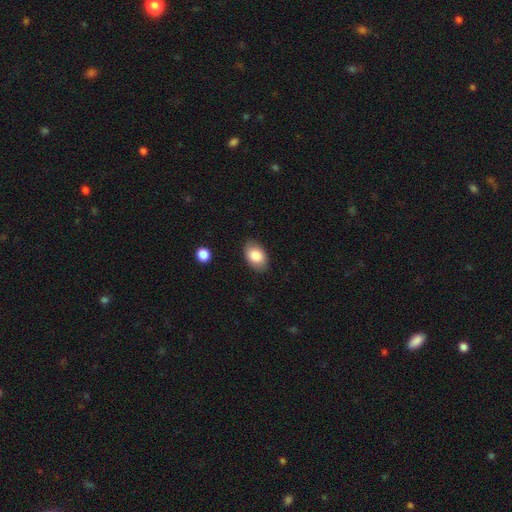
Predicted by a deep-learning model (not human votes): smooth-or-featured: smooth: 84% | featured or disk: 9% | star or artifact: 7%
  how-rounded: in between: 89% | round: 10% | cigar-shaped: 1%
  merging: none: 84% | minor disturbance: 12% | major disturbance: 3% | merger: 1%